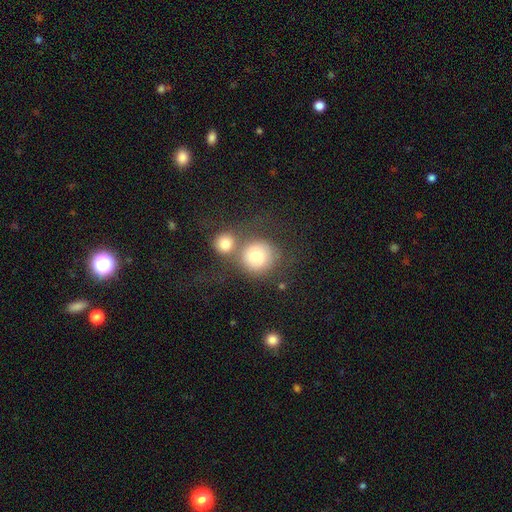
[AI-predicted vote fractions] Morphology: type=smooth (71%); roundness=round (90%); merging=merger (43%).